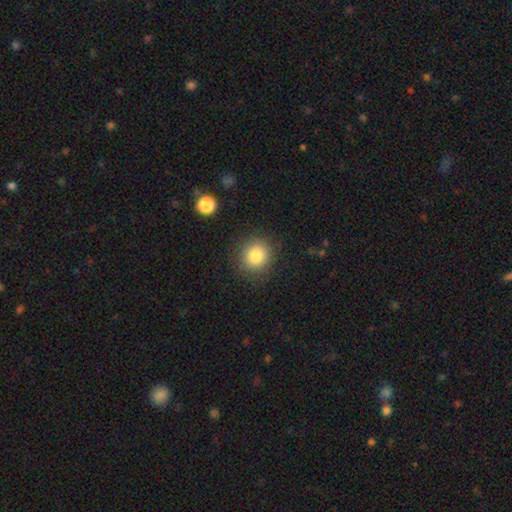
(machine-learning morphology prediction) Overall: smooth (83%). How rounded: round (87%). Merging: none (87%).